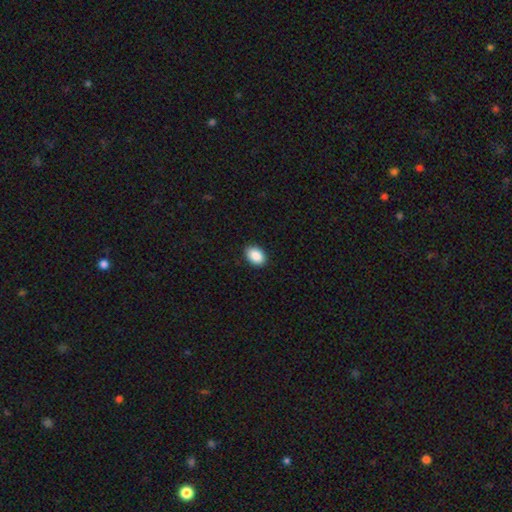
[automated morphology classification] smooth 90%, star or artifact 7%, featured or disk 3%. Down the decision tree: how rounded — in between (85%); merging — none (89%).